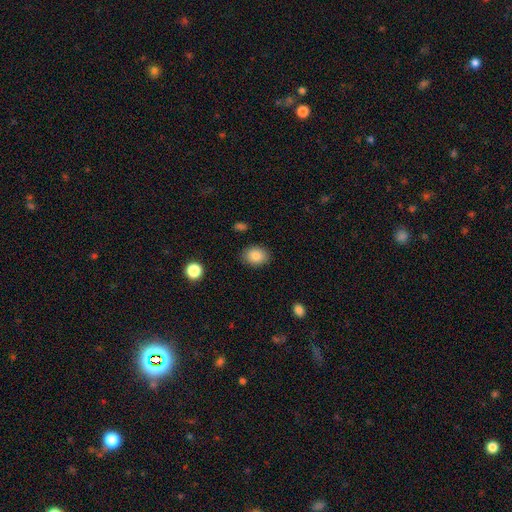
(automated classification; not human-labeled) A smooth galaxy with no disk features (87%) that is in between round and cigar-shaped (64%). Merging: none (86%).